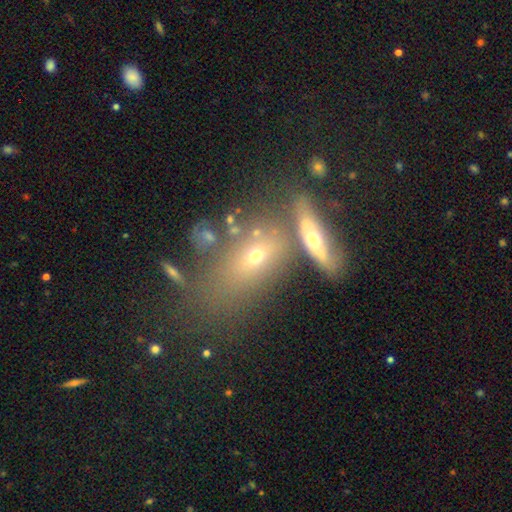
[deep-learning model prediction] A smooth galaxy with no disk features (56%) that is in between round and cigar-shaped (70%). Merging: none (43%).